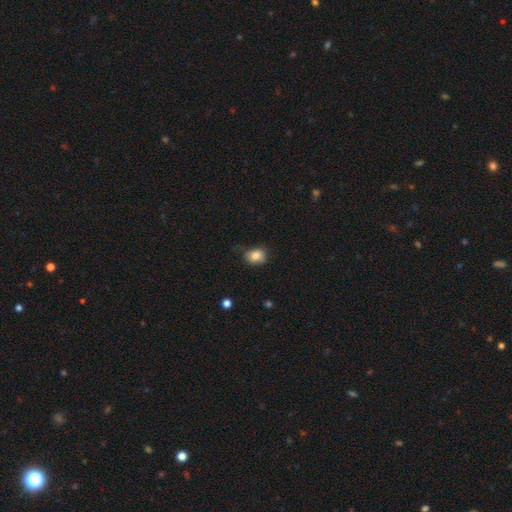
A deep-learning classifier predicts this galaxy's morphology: Overall: smooth (82%). How rounded: in between (55%; round 44%). Merging: none (65%; minor disturbance 27%).